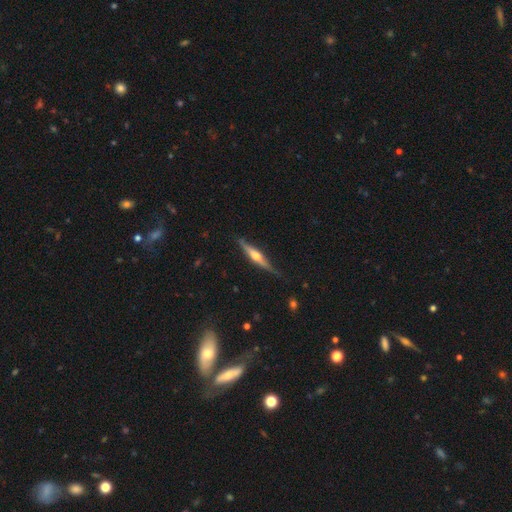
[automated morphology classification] This appears to be a featured or disk galaxy (68%) viewed edge-on (96%) with a rounded central bulge (88%). Merging: none (78%).